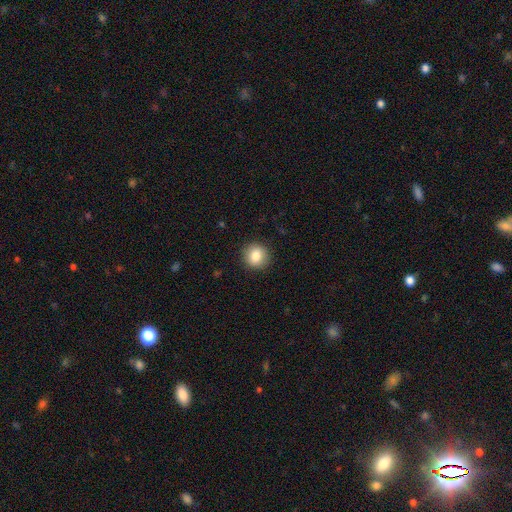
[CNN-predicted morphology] A smooth galaxy with no disk features (84%) that is round (88%).

Vote fractions:
- Smooth or featured? smooth: 84% / star or artifact: 9% / featured or disk: 8%
- How rounded? round: 88% / in between: 11% / cigar-shaped: 1%
- Merging? none: 90% / minor disturbance: 7% / major disturbance: 2% / merger: 1%